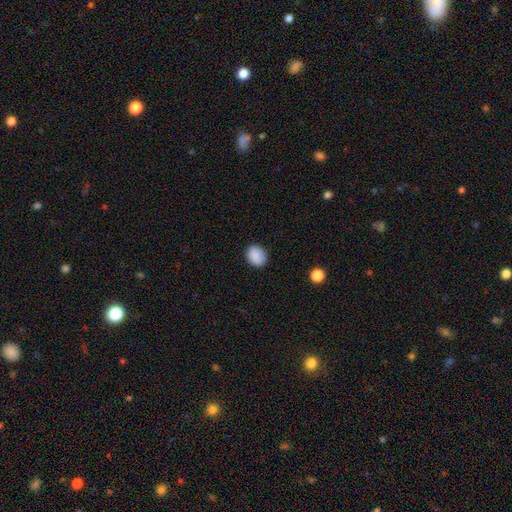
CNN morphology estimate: Smooth or featured?
  - smooth: 88% *
  - star or artifact: 8%
  - featured or disk: 4%
How rounded?
  - round: 53% *
  - in between: 46%
  - cigar-shaped: 1%
Merging?
  - none: 88% *
  - minor disturbance: 9%
  - major disturbance: 2%
  - merger: 1%